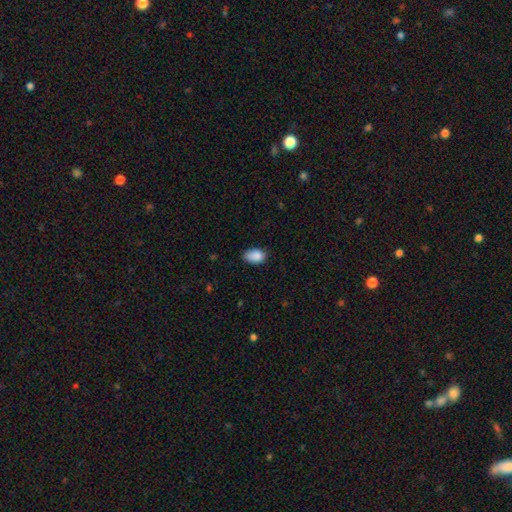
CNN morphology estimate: smooth 88%, star or artifact 7%, featured or disk 4%. Down the decision tree: how rounded — in between (90%); merging — none (72%).